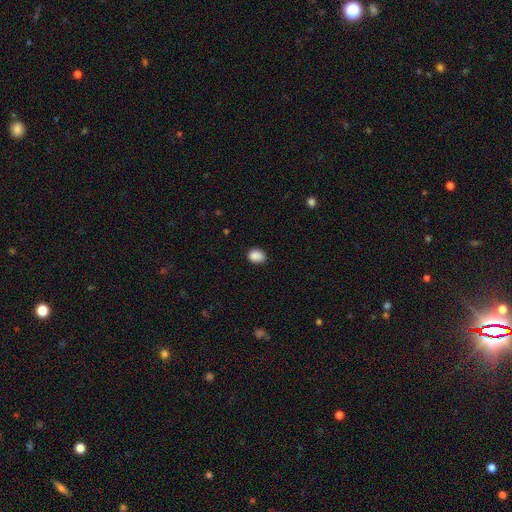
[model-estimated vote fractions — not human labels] A smooth galaxy with no disk features (88%) that is in between round and cigar-shaped (60%).

Vote fractions:
- Smooth or featured? smooth: 88% / star or artifact: 8% / featured or disk: 3%
- How rounded? in between: 60% / round: 39% / cigar-shaped: 1%
- Merging? none: 81% / minor disturbance: 15% / major disturbance: 3% / merger: 1%